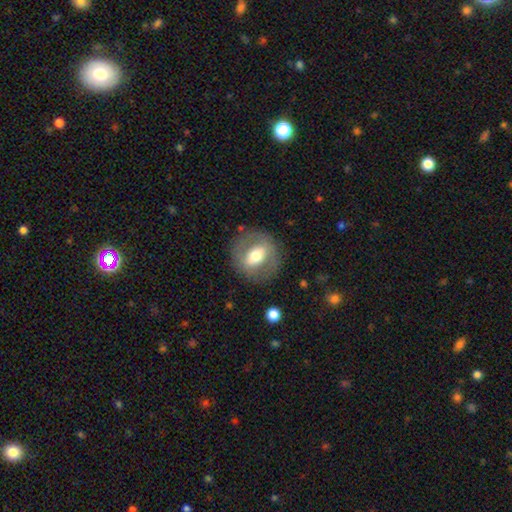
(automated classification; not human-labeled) smooth_or_featured: featured or disk (p=0.47) [alt: smooth p=0.46]
merging: none (p=0.81) [alt: minor disturbance p=0.11]